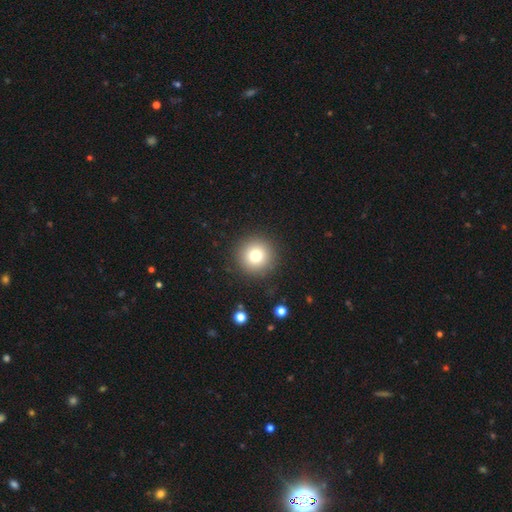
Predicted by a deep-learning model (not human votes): smooth_or_featured: smooth (p=0.77) [alt: star or artifact p=0.14]
how_rounded: round (p=0.96) [alt: in between p=0.03]
merging: none (p=0.92) [alt: minor disturbance p=0.05]